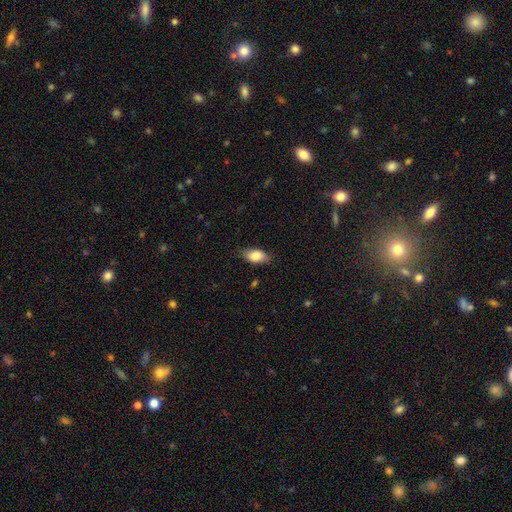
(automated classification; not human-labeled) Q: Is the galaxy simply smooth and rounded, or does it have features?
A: smooth — 83%.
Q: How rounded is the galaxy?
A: in between — 89%.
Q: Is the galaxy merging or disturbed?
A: none — 80%.